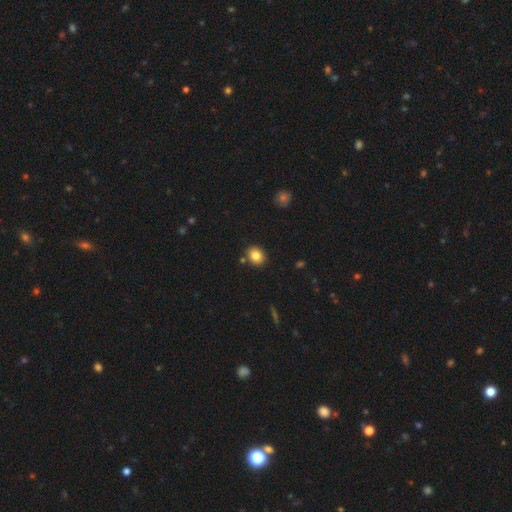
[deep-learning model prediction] The model was most divided on "how rounded": round: 61%, in between: 38%, cigar-shaped: 1%. More confident: merging — none (85%); smooth or featured — smooth (82%).